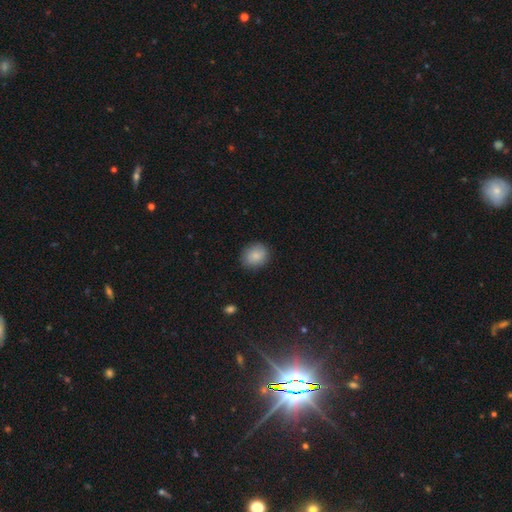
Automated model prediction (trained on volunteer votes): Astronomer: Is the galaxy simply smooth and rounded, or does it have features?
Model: smooth — 86%.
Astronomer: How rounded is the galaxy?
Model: round — 68%.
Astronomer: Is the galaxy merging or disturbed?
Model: none — 86%.